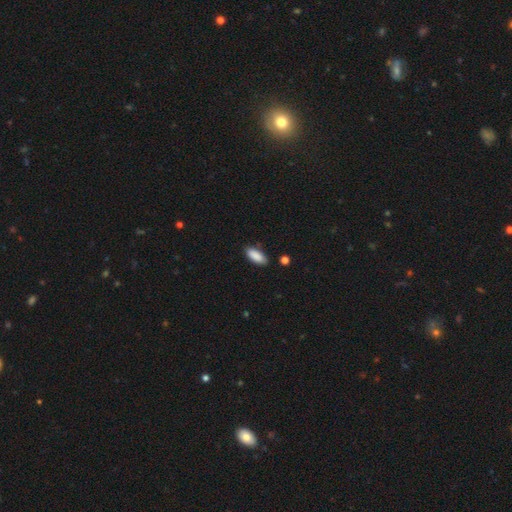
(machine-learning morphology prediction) The model was most divided on "how rounded": in between: 82%, cigar-shaped: 16%, round: 2%. More confident: smooth or featured — smooth (89%); merging — none (85%).